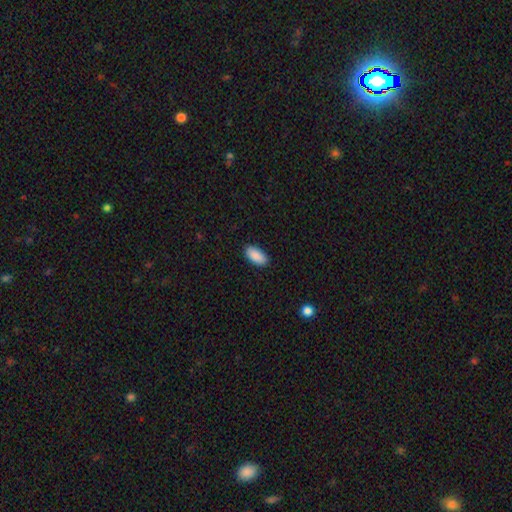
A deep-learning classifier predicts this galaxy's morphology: Smooth or featured?
  - smooth: 91% *
  - star or artifact: 6%
  - featured or disk: 3%
How rounded?
  - in between: 94% *
  - cigar-shaped: 4%
  - round: 2%
Merging?
  - none: 89% *
  - minor disturbance: 8%
  - major disturbance: 2%
  - merger: 1%